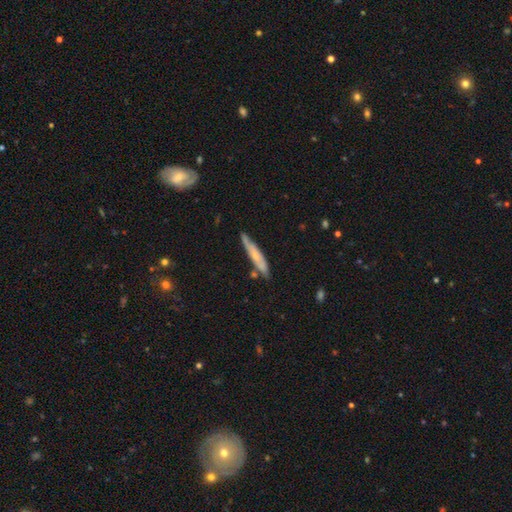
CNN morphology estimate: A smooth galaxy with no disk features (49%).

Vote fractions:
- Smooth or featured? smooth: 49% / featured or disk: 45% / star or artifact: 6%
- Merging? none: 71% / minor disturbance: 19% / merger: 6% / major disturbance: 3%